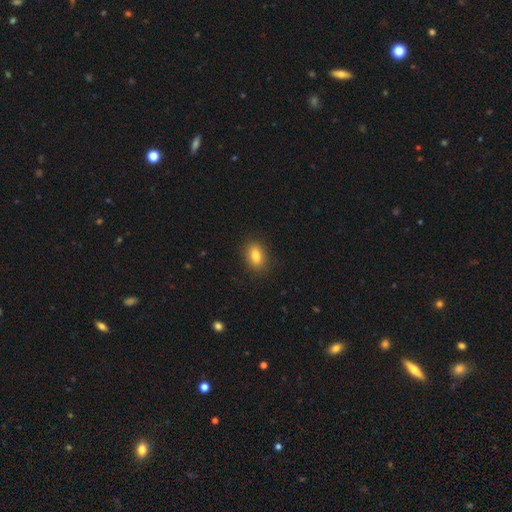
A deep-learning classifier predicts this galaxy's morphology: Smooth or featured: smooth — 82% (featured or disk — 9%)
How rounded: in between — 81% (round — 16%)
Merging: none — 87% (minor disturbance — 10%)